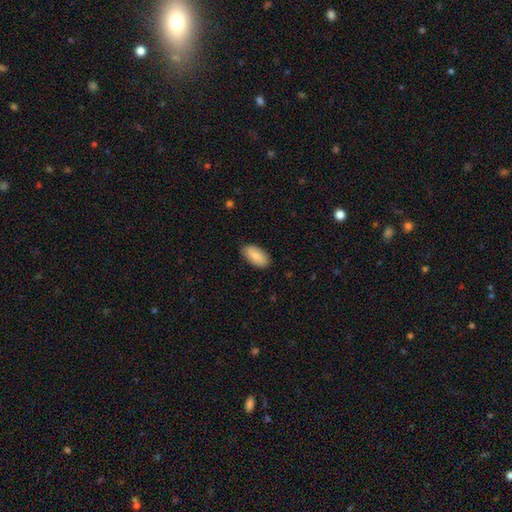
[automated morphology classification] Smooth or featured?
  - smooth: 84% *
  - featured or disk: 10%
  - star or artifact: 6%
How rounded?
  - in between: 93% *
  - cigar-shaped: 5%
  - round: 2%
Merging?
  - none: 84% *
  - minor disturbance: 12%
  - major disturbance: 2%
  - merger: 1%